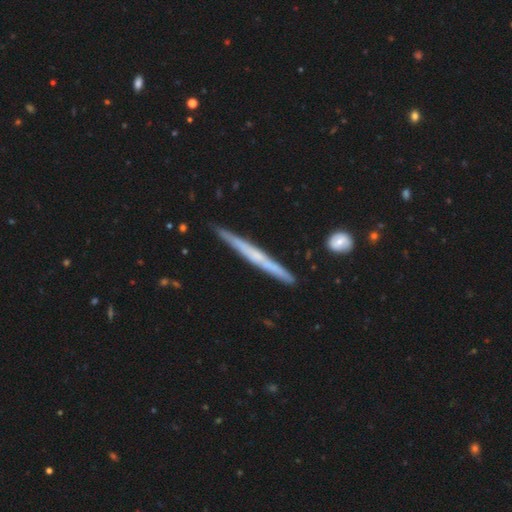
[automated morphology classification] Smooth or featured? featured or disk (61%)
Edge-on disk? yes (97%)
Edge-on bulge? none (68%)
Merging? none (89%)